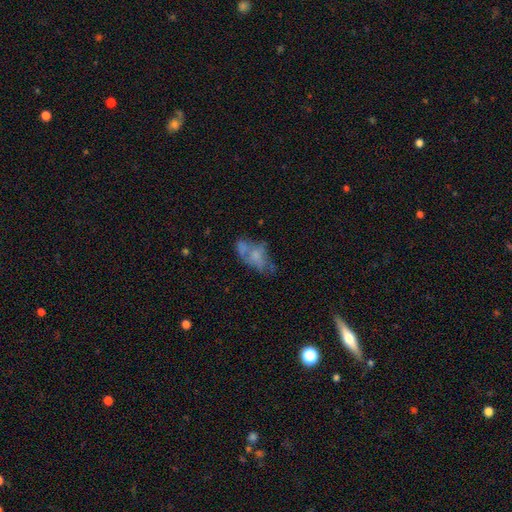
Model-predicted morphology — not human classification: Smooth or featured? Predicted: smooth (p=0.48). Merging? Predicted: none (p=0.30).